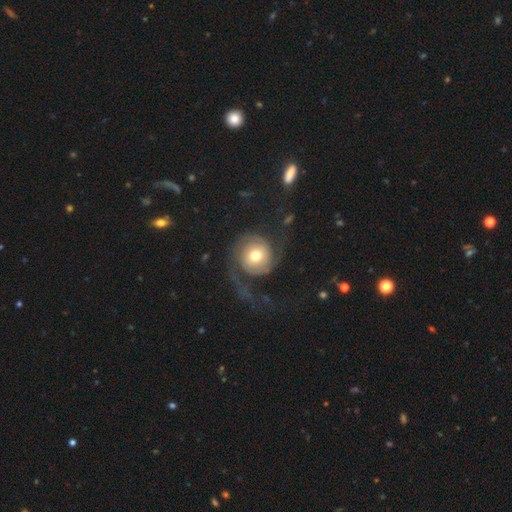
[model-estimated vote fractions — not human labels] smooth-or-featured: featured or disk: 70% | smooth: 23% | star or artifact: 7%
  disk-edge-on: no: 97% | yes: 3%
    bar: no: 77% | weak: 19% | strong: 5%
    has-spiral-arms: yes: 90% | no: 10%
      spiral-winding: loose: 43% | medium: 33% | tight: 24%
      spiral-arm-count: 2: 72% | 1: 12% | can't tell: 7% | 3: 4% | 4: 2% | more than 4: 2%
    bulge-size: moderate: 70% | large: 14% | small: 12% | dominant: 3% | none: 1%
  merging: none: 50% | major disturbance: 34% | minor disturbance: 14% | merger: 2%